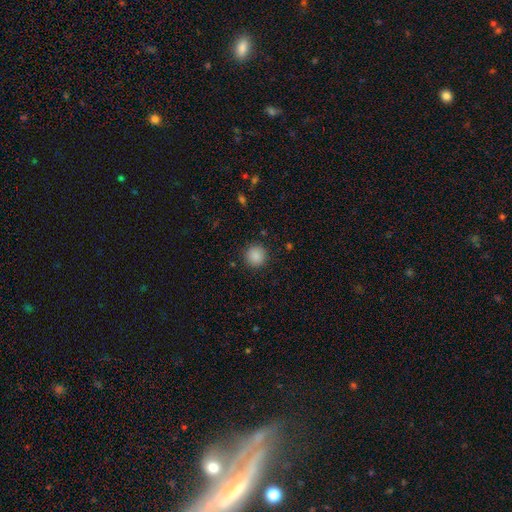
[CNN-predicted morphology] Overall: smooth (87%). How rounded: round (94%). Merging: none (90%).